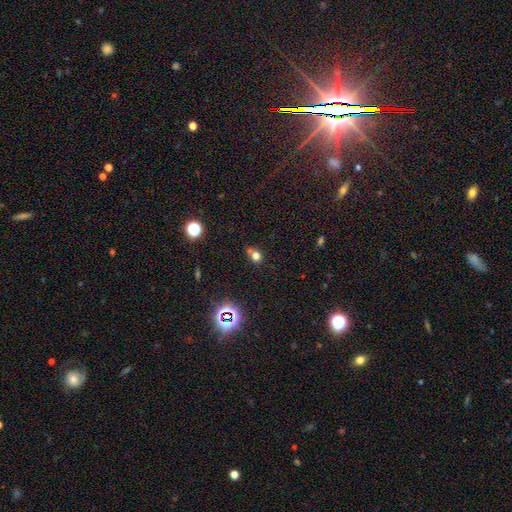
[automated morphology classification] Smooth or featured: smooth — 69% (star or artifact — 23%)
How rounded: round — 75% (in between — 23%)
Merging: none — 58% (merger — 23%)